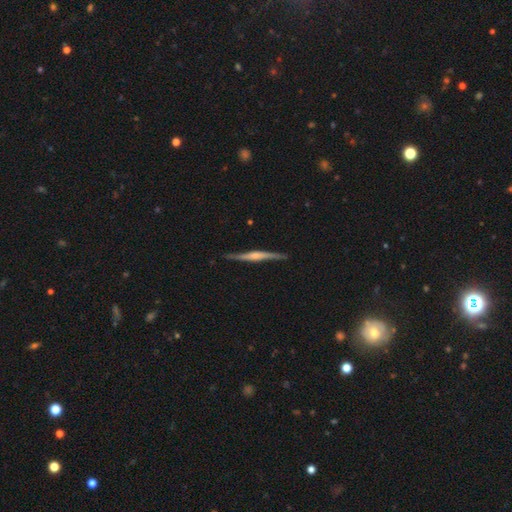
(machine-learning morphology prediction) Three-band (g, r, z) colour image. It shows a featured or disk galaxy (73%) viewed edge-on (97%) with a rounded central bulge (53%). Merging: none (85%).